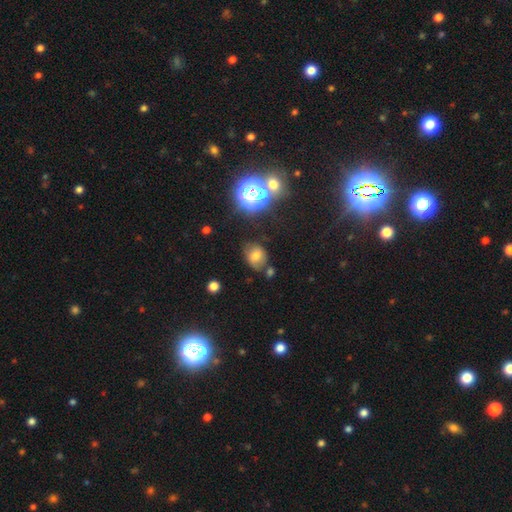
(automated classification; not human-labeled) A smooth galaxy with no disk features (66%) that is round (54%).

Vote fractions:
- Smooth or featured? smooth: 66% / star or artifact: 19% / featured or disk: 16%
- How rounded? round: 54% / in between: 45% / cigar-shaped: 1%
- Merging? none: 66% / minor disturbance: 21% / major disturbance: 7% / merger: 7%